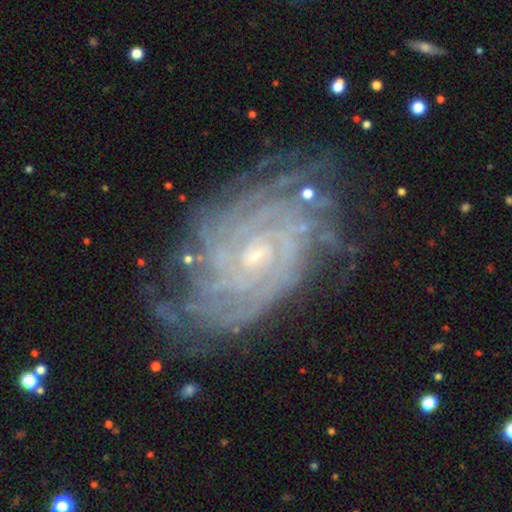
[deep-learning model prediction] Overall: featured or disk (88%). Edge-on disk: no (97%). Bar: no (59%; weak 32%). Spiral arms: yes (98%). Spiral arm count: can't tell (31%; more than 4 22%). Spiral winding: tight (80%). Bulge size: small (74%). Merging: none (71%).